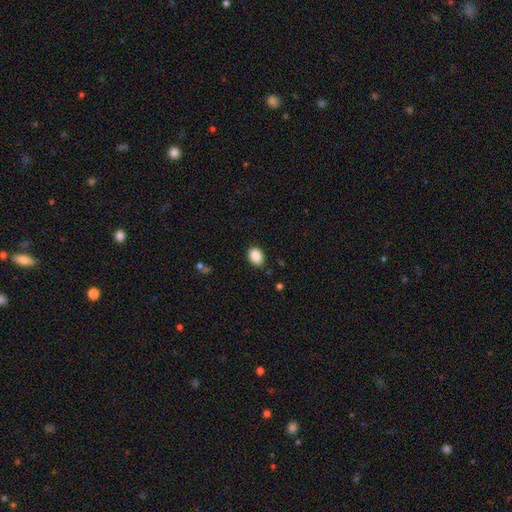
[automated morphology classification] Smooth or featured?
  - smooth: 88% *
  - star or artifact: 8%
  - featured or disk: 4%
How rounded?
  - in between: 70% *
  - round: 29%
  - cigar-shaped: 1%
Merging?
  - none: 87% *
  - minor disturbance: 9%
  - major disturbance: 2%
  - merger: 1%